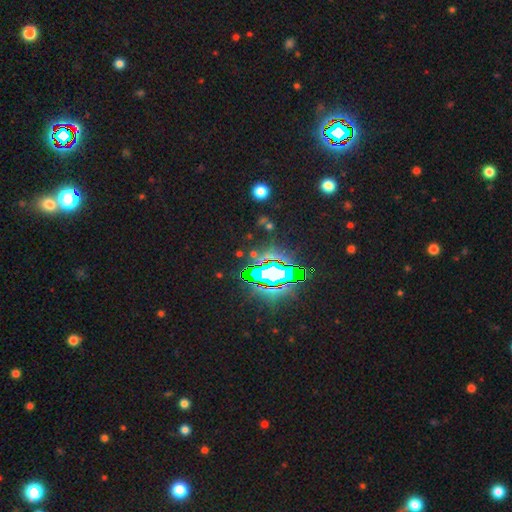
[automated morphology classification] star or artifact 74%, featured or disk 13%, smooth 13%.